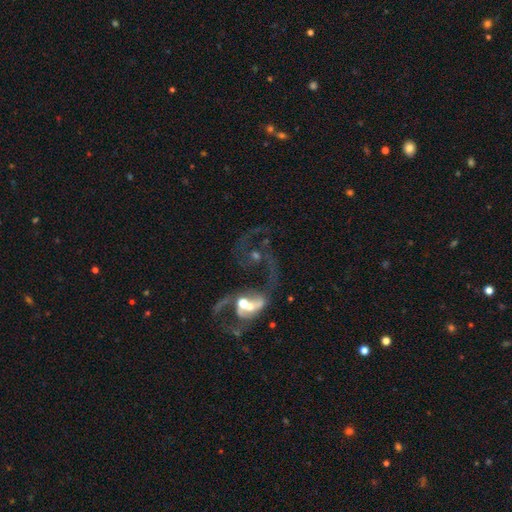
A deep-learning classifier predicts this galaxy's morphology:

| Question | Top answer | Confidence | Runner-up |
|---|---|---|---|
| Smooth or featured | featured or disk | 75% | smooth (13%) |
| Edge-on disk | no | 97% | yes (3%) |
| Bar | no | 63% | weak (28%) |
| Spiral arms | yes | 81% | no (19%) |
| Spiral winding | loose | 70% | medium (24%) |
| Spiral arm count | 2 | 62% | 1 (16%) |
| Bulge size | moderate | 48% | small (30%) |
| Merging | merger | 59% | major disturbance (19%) |